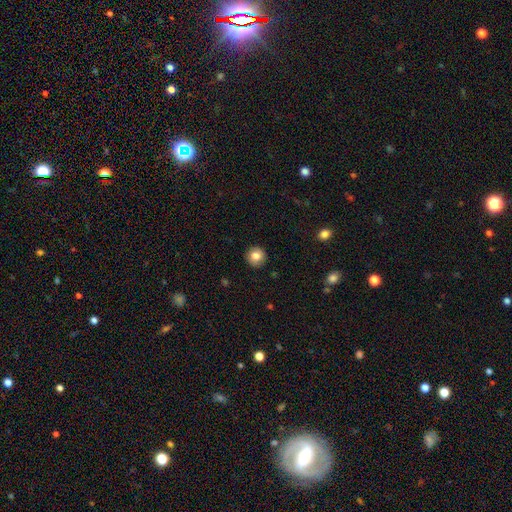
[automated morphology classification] Smooth or featured?
  - smooth: 83% *
  - star or artifact: 9%
  - featured or disk: 8%
How rounded?
  - round: 92% *
  - in between: 7%
  - cigar-shaped: 1%
Merging?
  - none: 90% *
  - minor disturbance: 7%
  - major disturbance: 2%
  - merger: 1%